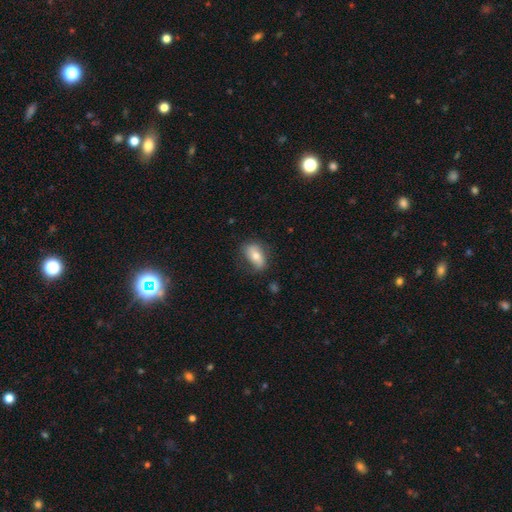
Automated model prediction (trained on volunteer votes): Overall: smooth (64%; featured or disk 29%). How rounded: in between (88%). Merging: none (69%).